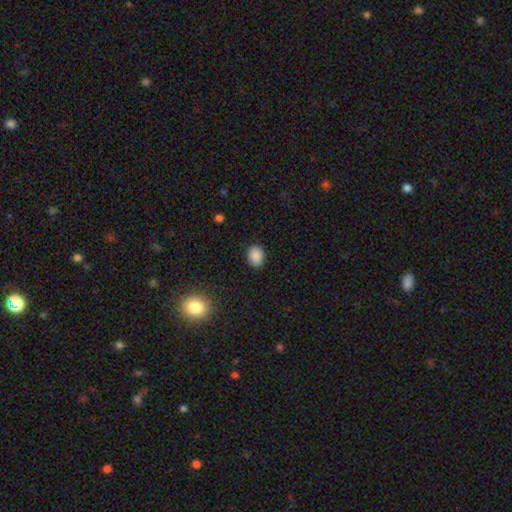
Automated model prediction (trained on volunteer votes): Morphology: type=smooth (87%); roundness=in between (61%); merging=none (87%).